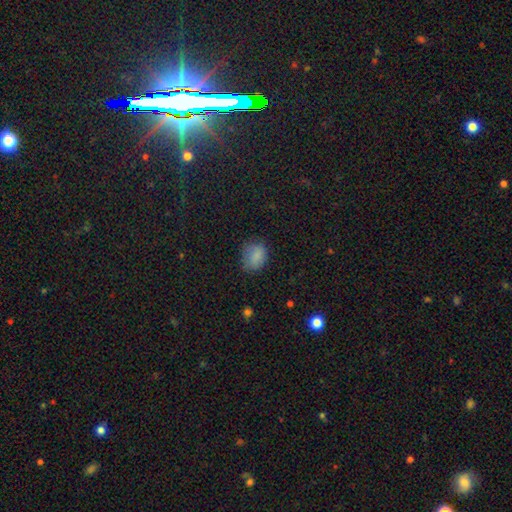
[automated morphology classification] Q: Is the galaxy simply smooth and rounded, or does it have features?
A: smooth — 83%.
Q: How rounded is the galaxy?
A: in between — 59%.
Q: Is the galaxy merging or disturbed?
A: none — 64%.